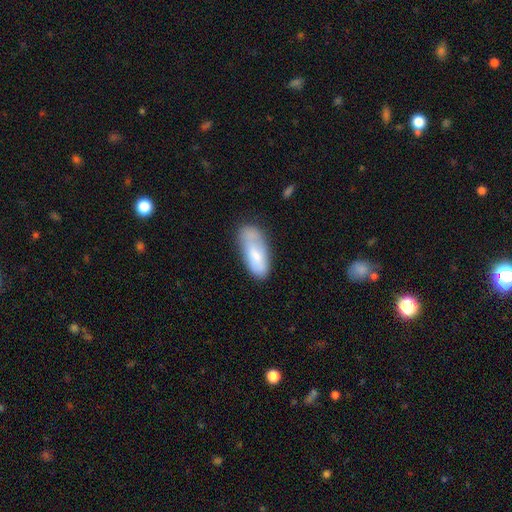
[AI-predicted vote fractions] A smooth galaxy with no disk features (68%) that is in between round and cigar-shaped (82%). Merging: none (57%).